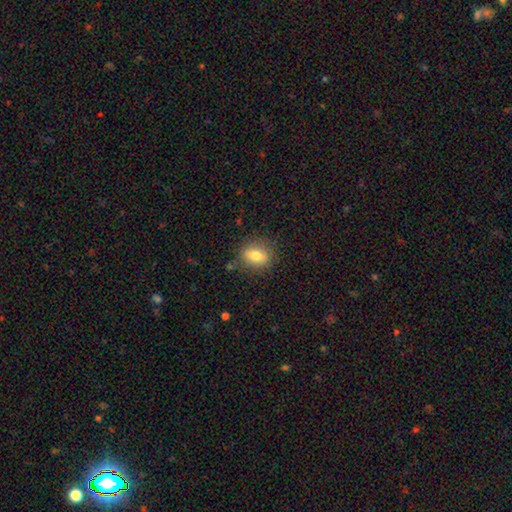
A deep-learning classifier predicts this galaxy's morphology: A smooth galaxy with no disk features (74%) that is in between round and cigar-shaped (58%).

Vote fractions:
- Smooth or featured? smooth: 74% / featured or disk: 17% / star or artifact: 9%
- How rounded? in between: 58% / round: 39% / cigar-shaped: 3%
- Merging? none: 82% / minor disturbance: 12% / major disturbance: 4% / merger: 2%